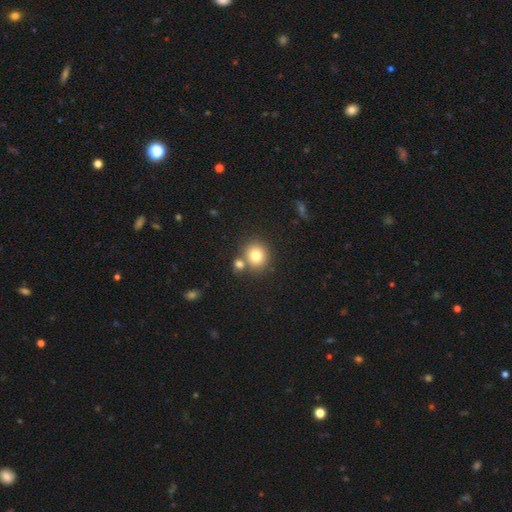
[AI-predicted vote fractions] smooth_or_featured: smooth (p=0.78) [alt: star or artifact p=0.11]
how_rounded: round (p=0.85) [alt: in between p=0.14]
merging: none (p=0.67) [alt: merger p=0.22]